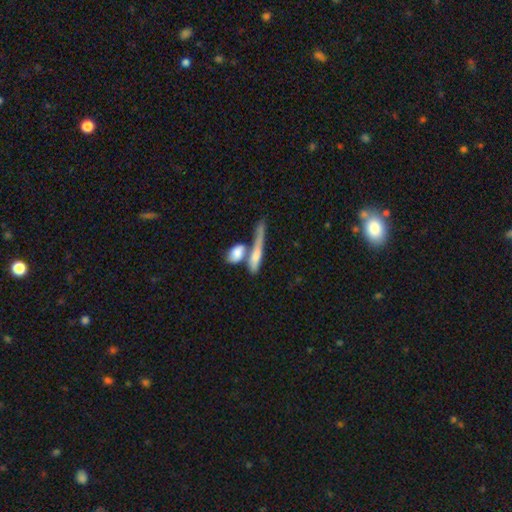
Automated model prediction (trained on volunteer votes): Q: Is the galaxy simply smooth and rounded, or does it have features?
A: smooth — 58%.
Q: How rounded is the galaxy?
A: cigar-shaped — 64%.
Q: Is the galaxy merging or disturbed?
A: none — 40%.